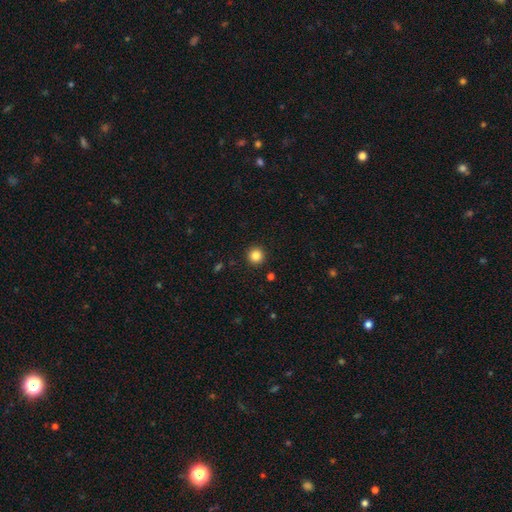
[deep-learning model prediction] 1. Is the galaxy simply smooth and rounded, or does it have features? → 85% smooth, 11% star or artifact, 4% featured or disk.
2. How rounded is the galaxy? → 95% round, 4% in between, 1% cigar-shaped.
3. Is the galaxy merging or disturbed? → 93% none, 4% minor disturbance, 2% major disturbance, 1% merger.